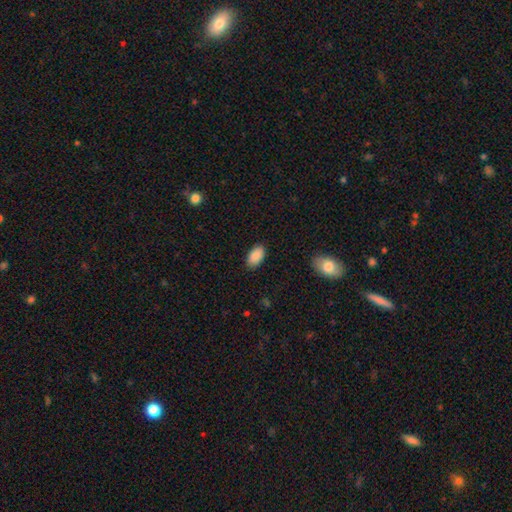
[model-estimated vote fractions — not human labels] The model was most divided on "merging": none: 87%, minor disturbance: 10%, major disturbance: 2%, merger: 1%. More confident: how rounded — in between (95%); smooth or featured — smooth (89%).